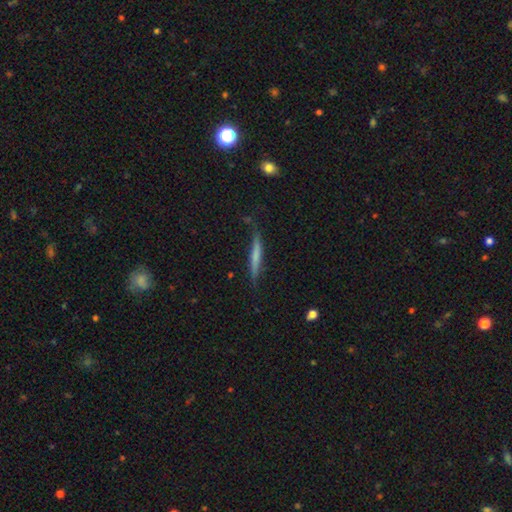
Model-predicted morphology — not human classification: This is possibly a smooth galaxy (58%). How rounded: clearly cigar-shaped (93%). Merging: likely none (71%).